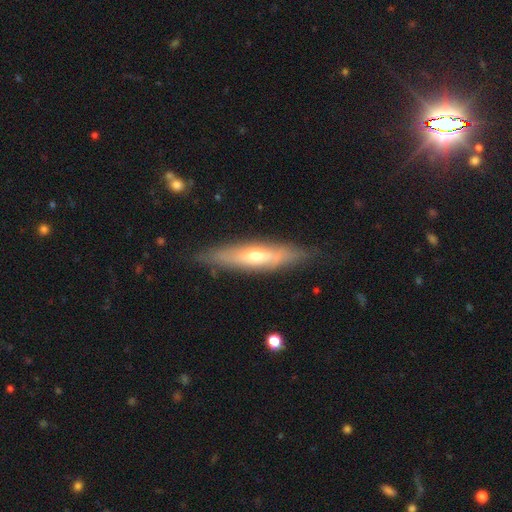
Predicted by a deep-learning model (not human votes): The model was most divided on "smooth or featured": featured or disk: 56%, smooth: 38%, star or artifact: 6%. More confident: merging — none (83%); edge-on disk — yes (75%).